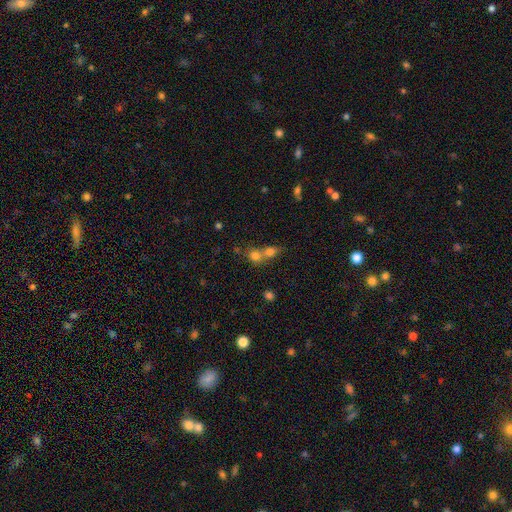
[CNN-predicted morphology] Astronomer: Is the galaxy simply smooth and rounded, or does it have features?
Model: smooth — 76%.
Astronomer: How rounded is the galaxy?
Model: round — 71%.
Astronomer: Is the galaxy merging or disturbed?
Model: merger — 63%.